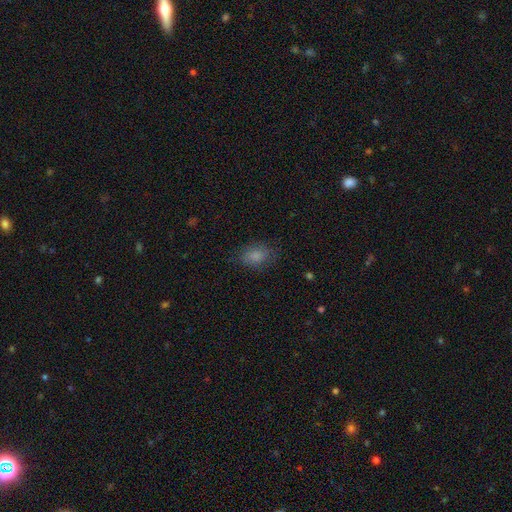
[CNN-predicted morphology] Smooth or featured? Predicted: smooth (p=0.83). How rounded? Predicted: in between (p=0.79). Merging? Predicted: none (p=0.77).